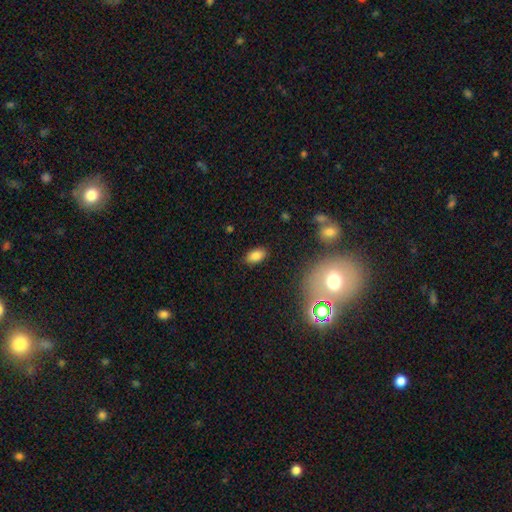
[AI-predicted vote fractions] A smooth galaxy with no disk features (84%) that is in between round and cigar-shaped (92%). Merging: none (86%).